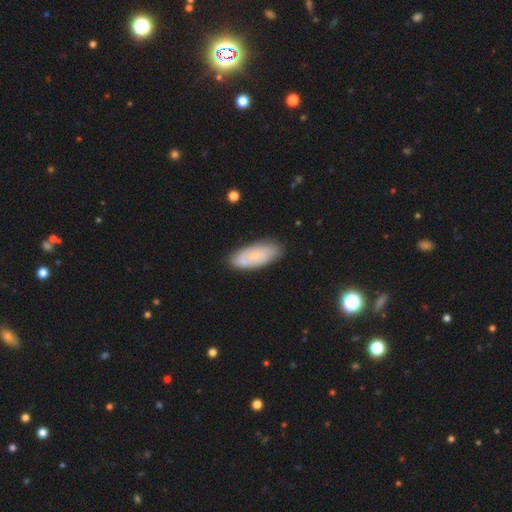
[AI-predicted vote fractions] This is possibly a smooth galaxy (56%). How rounded: clearly in between (83%). Merging: likely none (76%).